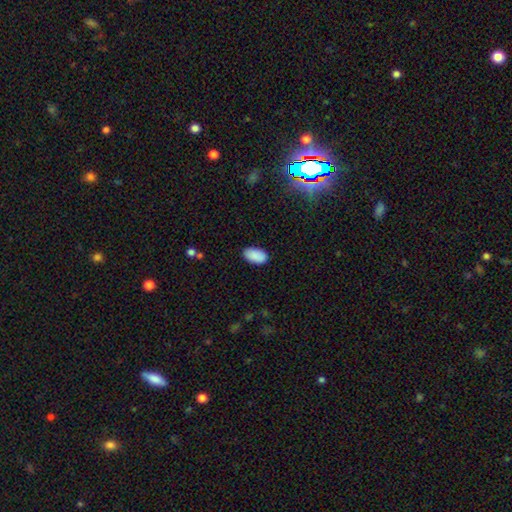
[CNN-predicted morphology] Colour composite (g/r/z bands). It shows a smooth galaxy with no disk features (90%) that is in between round and cigar-shaped (95%). Merging: none (86%).